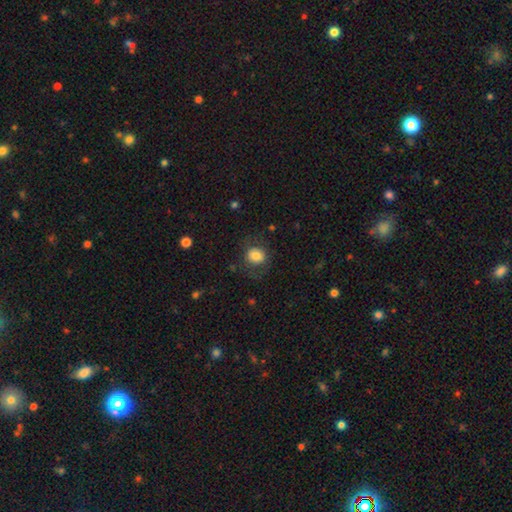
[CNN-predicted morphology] smooth-or-featured: smooth: 77% | featured or disk: 14% | star or artifact: 9%
  how-rounded: round: 73% | in between: 26% | cigar-shaped: 1%
  merging: none: 74% | minor disturbance: 14% | major disturbance: 11% | merger: 1%